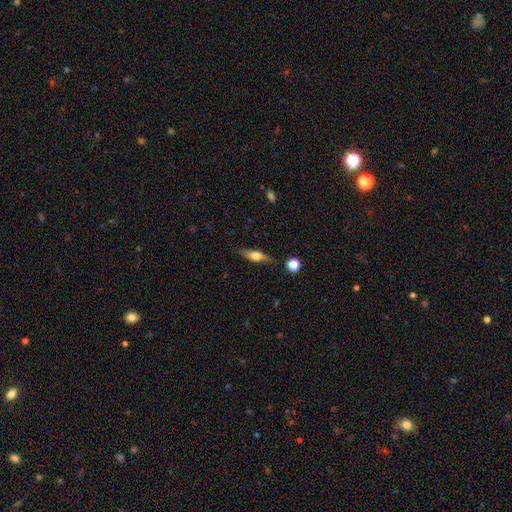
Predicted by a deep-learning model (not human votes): Smooth or featured?
  - smooth: 52% *
  - featured or disk: 41%
  - star or artifact: 7%
How rounded?
  - cigar-shaped: 52% *
  - in between: 43%
  - round: 4%
Merging?
  - none: 81% *
  - minor disturbance: 14%
  - major disturbance: 3%
  - merger: 2%